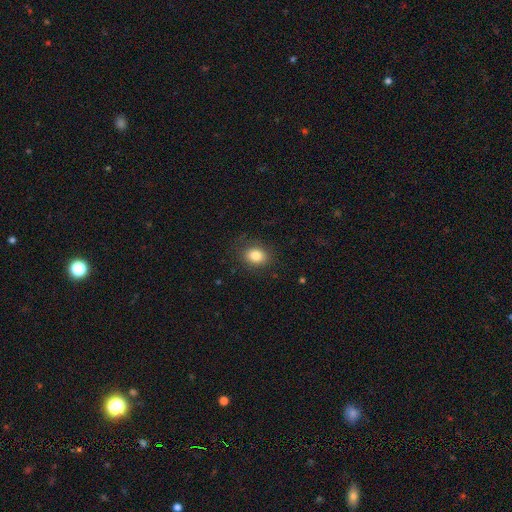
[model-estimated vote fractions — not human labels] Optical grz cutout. It shows a smooth galaxy with no disk features (83%) that is round (52%). Merging: none (85%).